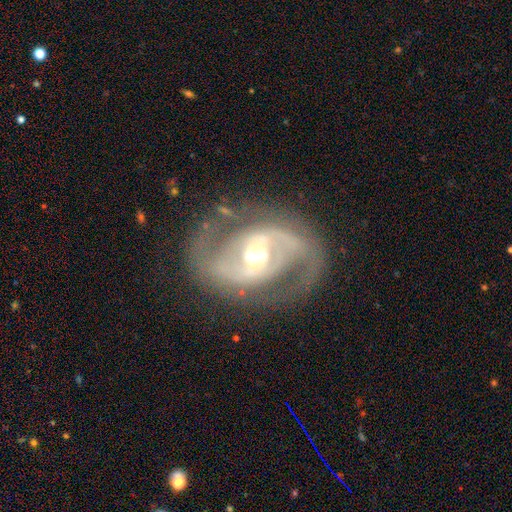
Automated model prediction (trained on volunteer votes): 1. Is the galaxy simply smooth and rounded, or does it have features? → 90% featured or disk, 5% star or artifact, 5% smooth.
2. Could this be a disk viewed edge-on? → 97% no, 3% yes.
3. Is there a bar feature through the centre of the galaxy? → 41% weak, 30% strong, 29% no.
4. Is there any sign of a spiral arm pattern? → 96% yes, 4% no.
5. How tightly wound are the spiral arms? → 56% medium, 27% tight, 18% loose.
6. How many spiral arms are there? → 90% 2, 3% can't tell, 3% 3, 2% 1, 1% 4, 1% more than 4.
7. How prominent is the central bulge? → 67% moderate, 21% small, 10% large, 1% dominant, 1% none.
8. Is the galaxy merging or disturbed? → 77% none, 14% minor disturbance, 8% major disturbance, 1% merger.